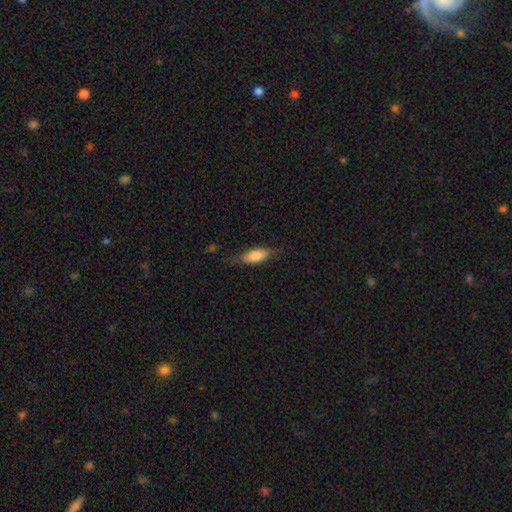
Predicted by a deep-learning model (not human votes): The model was most divided on "how rounded": in between: 71%, cigar-shaped: 27%, round: 2%. More confident: smooth or featured — smooth (75%); merging — none (74%).